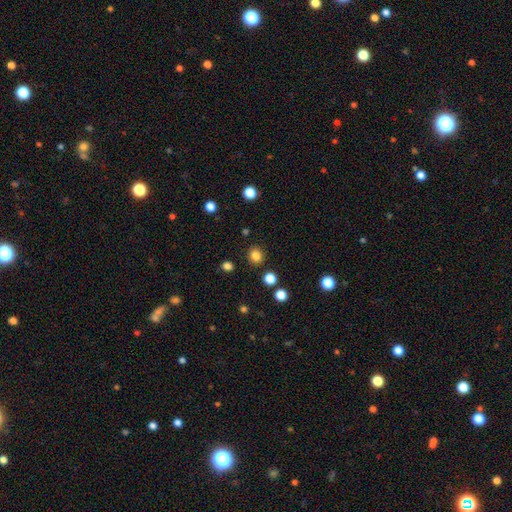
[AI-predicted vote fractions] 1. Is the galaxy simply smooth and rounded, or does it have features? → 83% smooth, 13% star or artifact, 4% featured or disk.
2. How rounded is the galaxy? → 85% round, 14% in between, 1% cigar-shaped.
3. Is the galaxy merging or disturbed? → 89% none, 6% minor disturbance, 2% major disturbance, 2% merger.